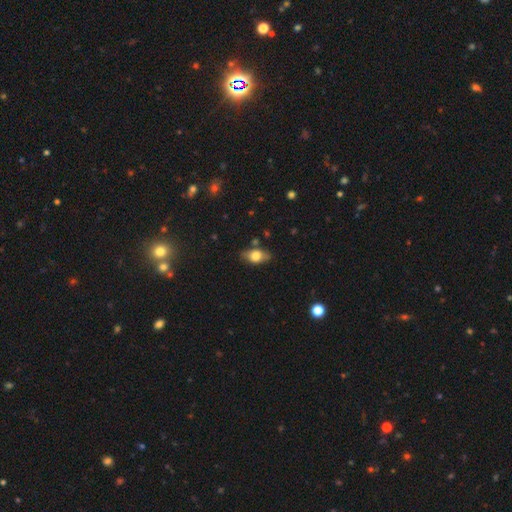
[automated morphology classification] Smooth or featured? Predicted: smooth (p=0.72). How rounded? Predicted: in between (p=0.86). Merging? Predicted: none (p=0.77).